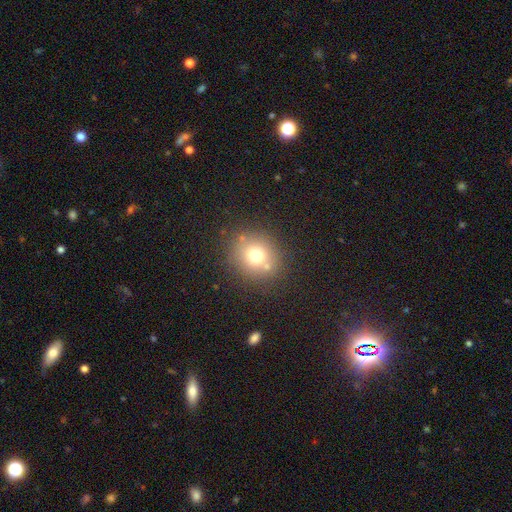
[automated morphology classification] Smooth or featured?
  - smooth: 70% *
  - star or artifact: 16%
  - featured or disk: 14%
How rounded?
  - round: 81% *
  - in between: 18%
  - cigar-shaped: 1%
Merging?
  - none: 77% *
  - minor disturbance: 10%
  - merger: 9%
  - major disturbance: 4%